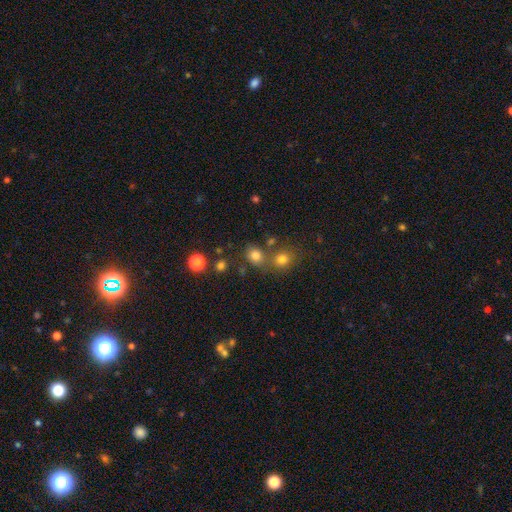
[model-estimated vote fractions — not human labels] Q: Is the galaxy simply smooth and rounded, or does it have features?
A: smooth — 78%.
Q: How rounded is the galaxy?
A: round — 61%.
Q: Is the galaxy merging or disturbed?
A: none — 62%.